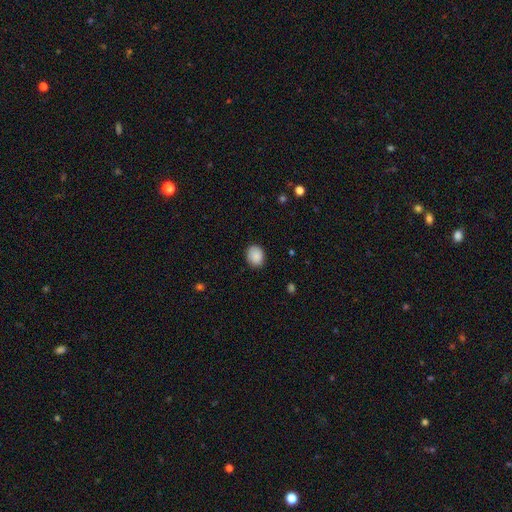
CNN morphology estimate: smooth 88%, star or artifact 7%, featured or disk 4%. Down the decision tree: how rounded — round (54%); merging — none (83%).